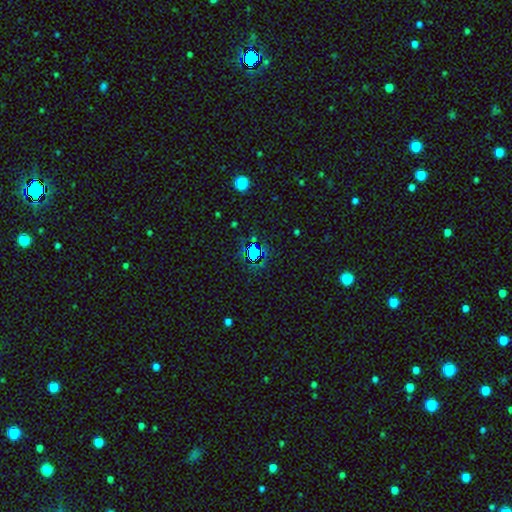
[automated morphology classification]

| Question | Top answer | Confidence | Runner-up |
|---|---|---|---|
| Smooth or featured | star or artifact | 78% | smooth (13%) |